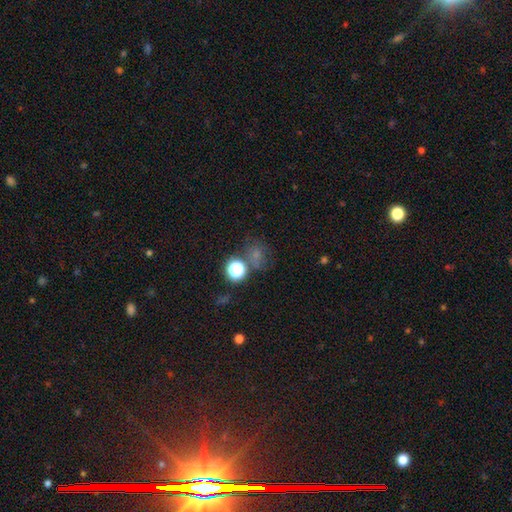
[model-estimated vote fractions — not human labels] smooth-or-featured: smooth: 53% | star or artifact: 36% | featured or disk: 12%
  how-rounded: round: 70% | in between: 29% | cigar-shaped: 1%
  merging: none: 59% | minor disturbance: 16% | merger: 13% | major disturbance: 11%